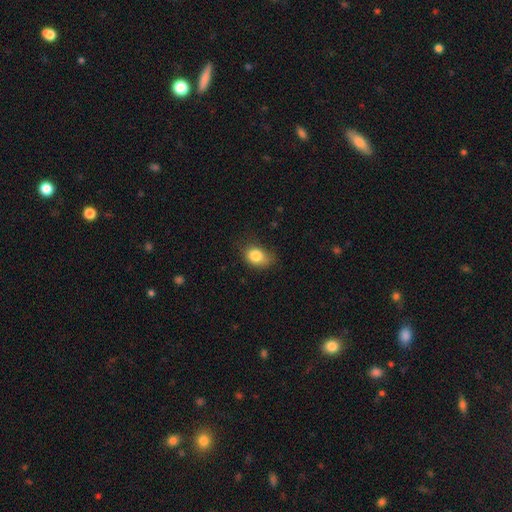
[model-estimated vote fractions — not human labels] smooth-or-featured: smooth: 83% | star or artifact: 9% | featured or disk: 7%
  how-rounded: in between: 69% | round: 30% | cigar-shaped: 1%
  merging: none: 59% | minor disturbance: 31% | major disturbance: 8% | merger: 2%